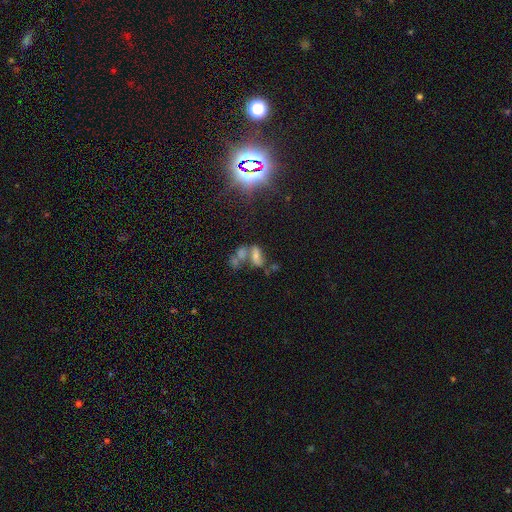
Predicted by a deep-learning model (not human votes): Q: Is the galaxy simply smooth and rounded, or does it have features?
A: smooth — 41%.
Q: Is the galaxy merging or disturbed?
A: merger — 52%.